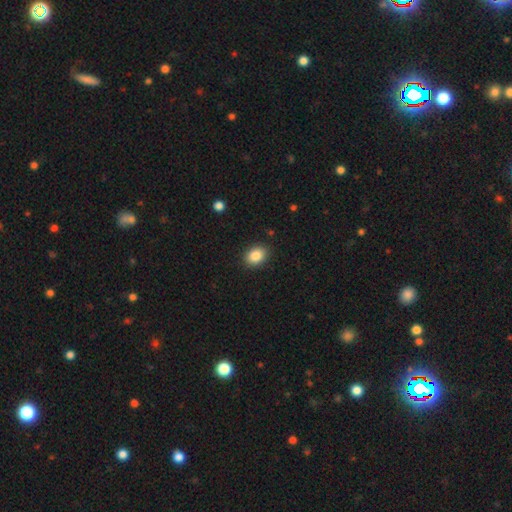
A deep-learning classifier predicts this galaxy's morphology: Smooth or featured? Predicted: smooth (p=0.86). How rounded? Predicted: in between (p=0.66). Merging? Predicted: none (p=0.89).